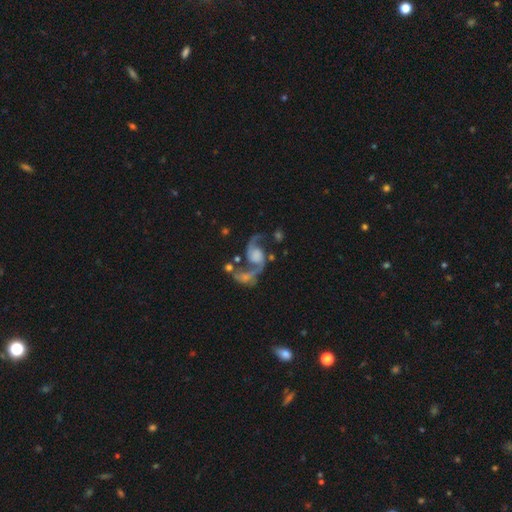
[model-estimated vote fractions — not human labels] Smooth or featured: featured or disk — 88% (star or artifact — 6%)
Edge-on disk: no — 97% (yes — 3%)
Bar: no — 62% (weak — 30%)
Spiral arms: yes — 96% (no — 4%)
Spiral winding: loose — 62% (medium — 32%)
Spiral arm count: 2 — 91% (1 — 4%)
Bulge size: none — 27% (moderate — 26%)
Merging: none — 45% (merger — 26%)